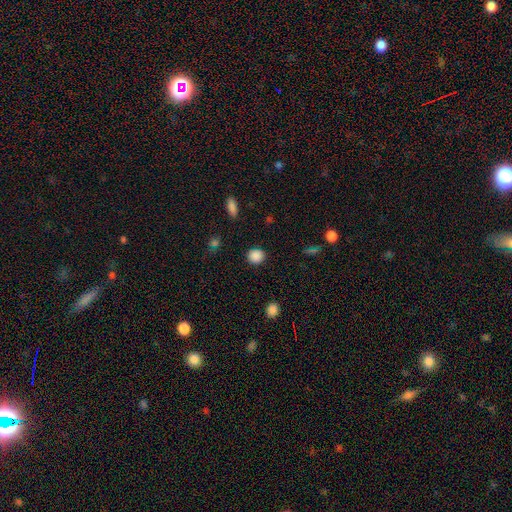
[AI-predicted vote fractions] This appears to be a smooth galaxy with no disk features (88%) that is round (87%). Merging: none (90%).